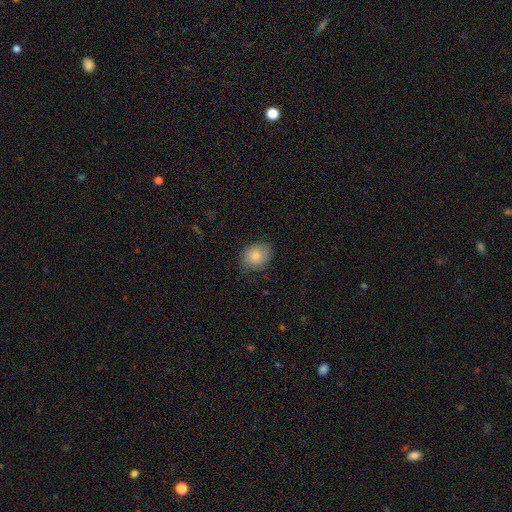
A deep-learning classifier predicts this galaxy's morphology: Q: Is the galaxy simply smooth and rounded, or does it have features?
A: smooth — 78%.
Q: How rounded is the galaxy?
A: in between — 55%.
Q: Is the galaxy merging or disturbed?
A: none — 74%.